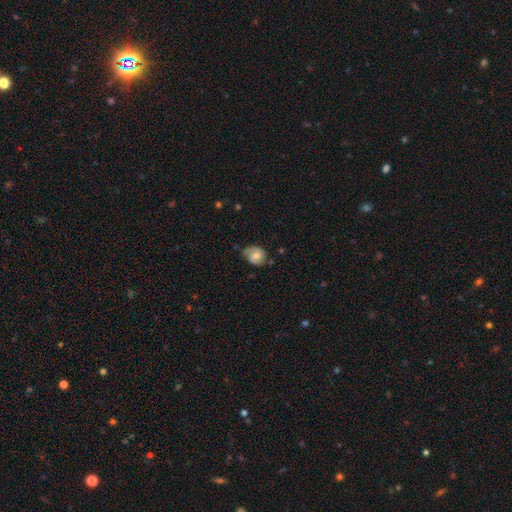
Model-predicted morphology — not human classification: Smooth or featured: smooth — 53% (featured or disk — 38%)
How rounded: round — 54% (in between — 44%)
Merging: none — 51% (minor disturbance — 35%)